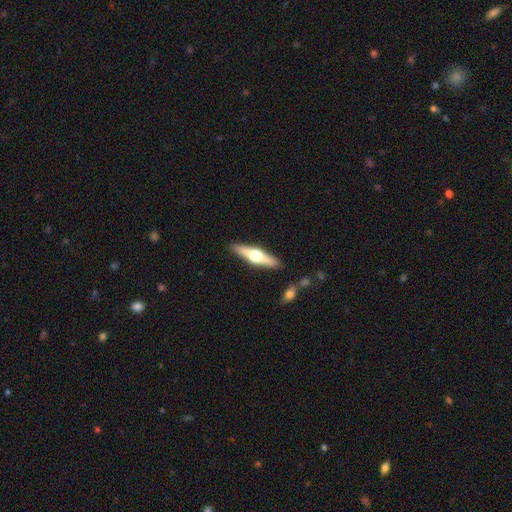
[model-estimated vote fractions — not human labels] featured or disk 62%, smooth 33%, star or artifact 5%. Down the decision tree: edge-on disk — yes (95%); edge-on bulge — rounded (95%); merging — none (88%).